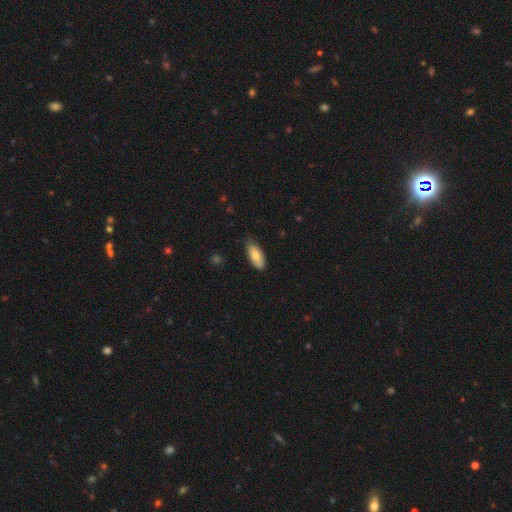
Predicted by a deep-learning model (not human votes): Smooth or featured?
  - smooth: 79% *
  - featured or disk: 15%
  - star or artifact: 6%
How rounded?
  - in between: 85% *
  - cigar-shaped: 13%
  - round: 2%
Merging?
  - none: 72% *
  - minor disturbance: 24%
  - major disturbance: 3%
  - merger: 1%